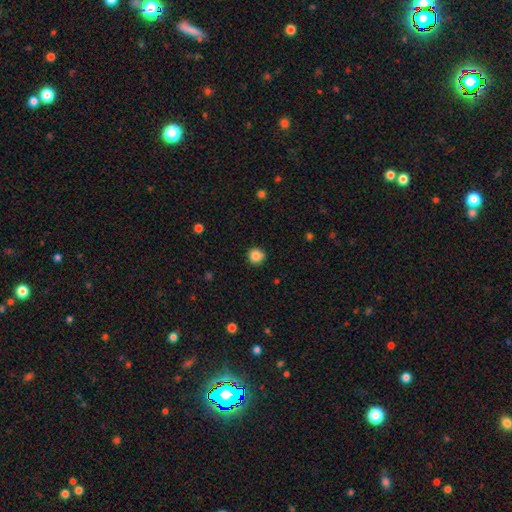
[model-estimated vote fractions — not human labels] Overall: smooth (85%). How rounded: round (93%). Merging: none (86%).